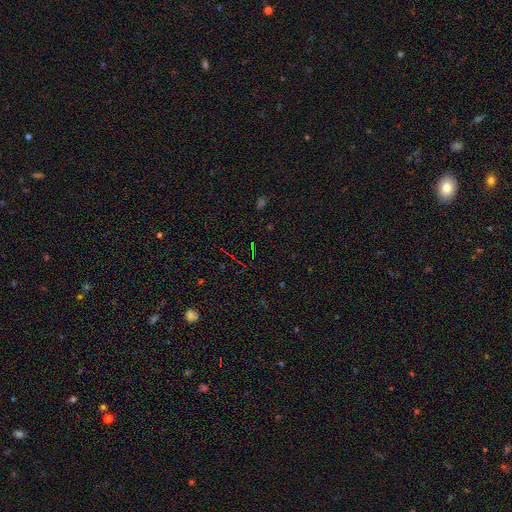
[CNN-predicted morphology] smooth-or-featured: star or artifact: 74% | smooth: 14% | featured or disk: 12%